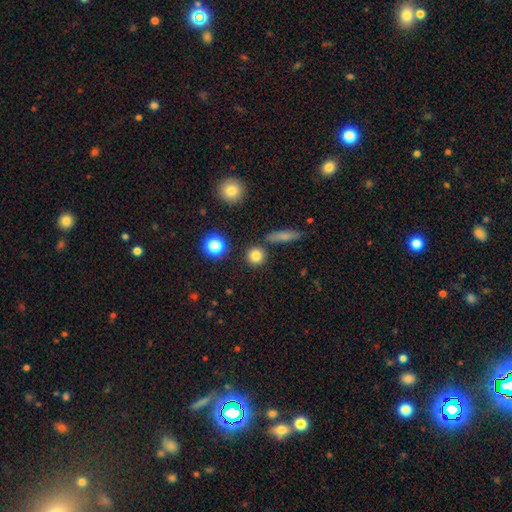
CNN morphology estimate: Smooth or featured? Predicted: smooth (p=0.80). How rounded? Predicted: round (p=0.92). Merging? Predicted: none (p=0.85).